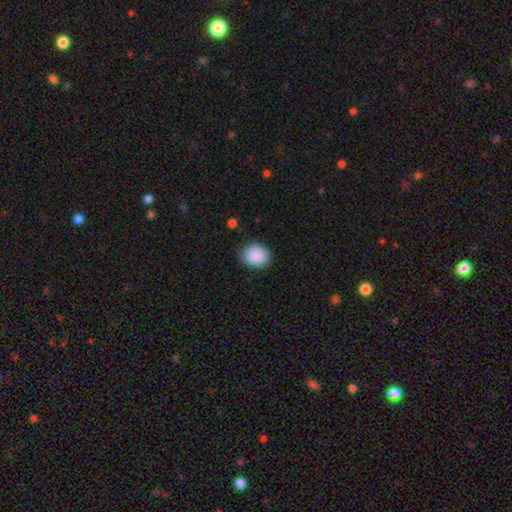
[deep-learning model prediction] This appears to be a smooth galaxy with no disk features (90%) that is round (66%). Merging: none (86%).